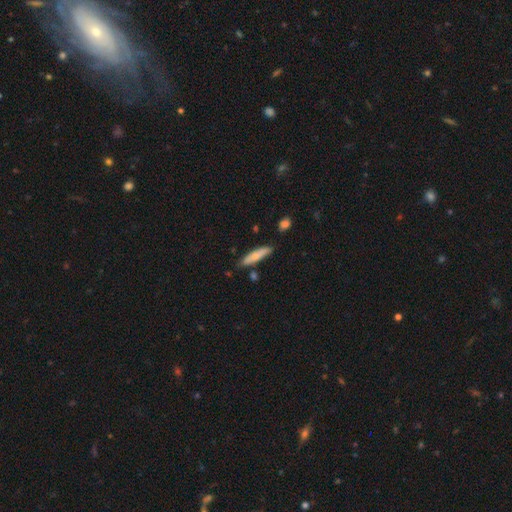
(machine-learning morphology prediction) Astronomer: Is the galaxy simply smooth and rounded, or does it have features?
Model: smooth — 71%.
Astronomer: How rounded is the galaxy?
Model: cigar-shaped — 80%.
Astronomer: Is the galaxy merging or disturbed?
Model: none — 80%.